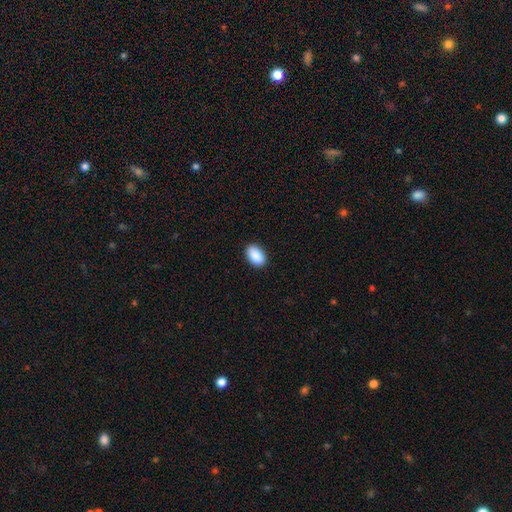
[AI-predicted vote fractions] Smooth or featured? Predicted: smooth (p=0.90). How rounded? Predicted: in between (p=0.92). Merging? Predicted: none (p=0.89).